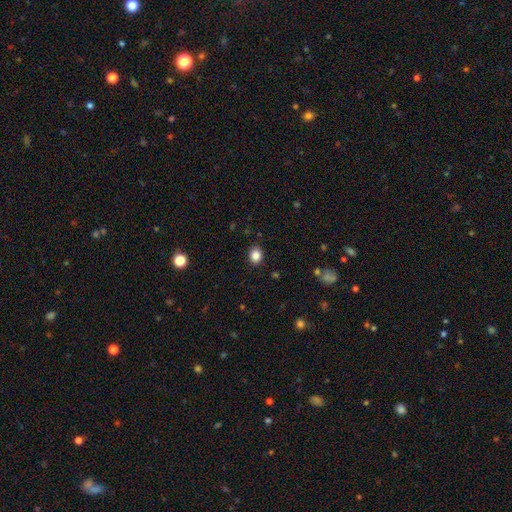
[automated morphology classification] smooth 86%, star or artifact 10%, featured or disk 4%. Down the decision tree: how rounded — round (52%); merging — none (89%).